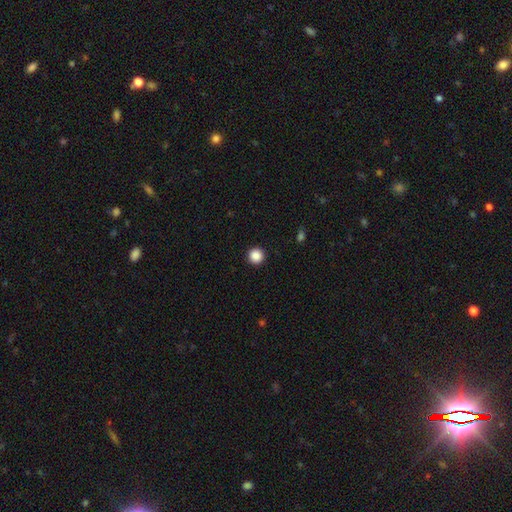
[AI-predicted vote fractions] Smooth or featured? Predicted: smooth (p=0.88). How rounded? Predicted: round (p=0.96). Merging? Predicted: none (p=0.93).